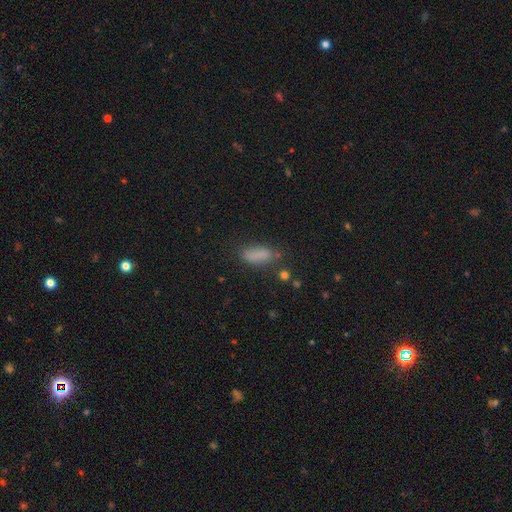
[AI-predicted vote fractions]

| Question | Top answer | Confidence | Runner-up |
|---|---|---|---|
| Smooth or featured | smooth | 81% | star or artifact (12%) |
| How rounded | in between | 76% | cigar-shaped (21%) |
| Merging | none | 66% | minor disturbance (21%) |